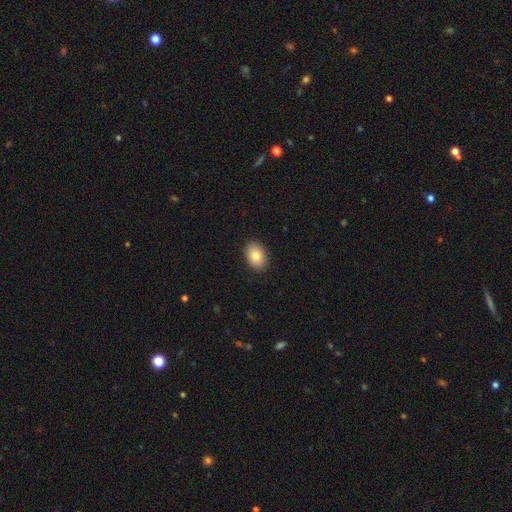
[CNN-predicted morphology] This appears to be a smooth galaxy with no disk features (82%) that is in between round and cigar-shaped (78%). Merging: none (90%).